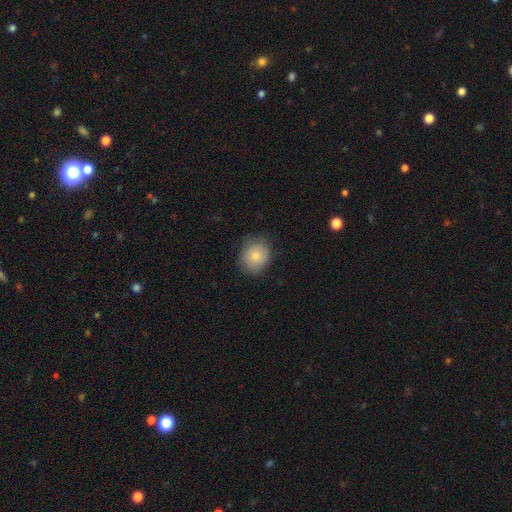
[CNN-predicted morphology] The model was most divided on "how rounded": round: 72%, in between: 27%, cigar-shaped: 1%. More confident: smooth or featured — smooth (77%); merging — none (74%).